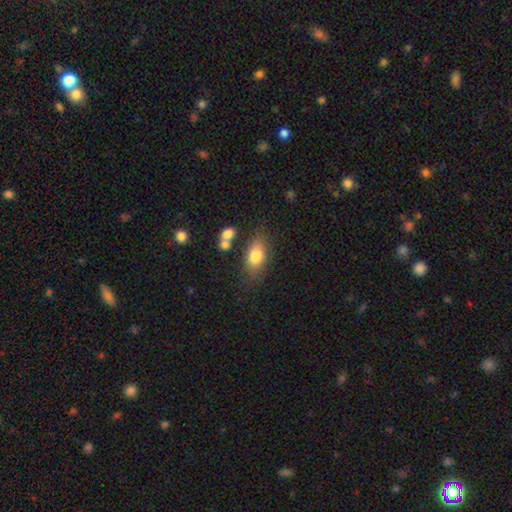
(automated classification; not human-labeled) Smooth or featured? Predicted: smooth (p=0.78). How rounded? Predicted: in between (p=0.84). Merging? Predicted: none (p=0.69).